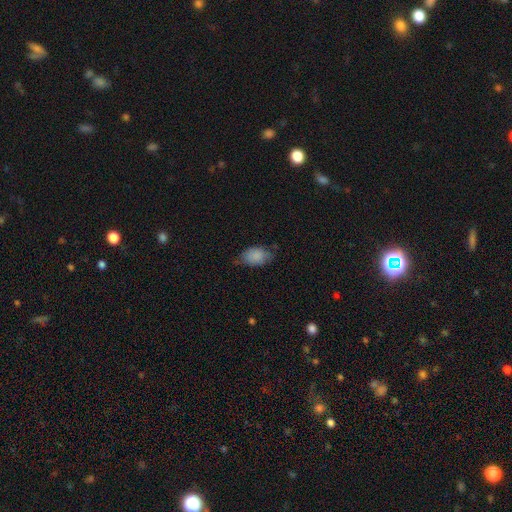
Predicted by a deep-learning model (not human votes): smooth_or_featured: smooth (p=0.83) [alt: featured or disk p=0.10]
how_rounded: in between (p=0.87) [alt: round p=0.11]
merging: none (p=0.56) [alt: minor disturbance p=0.34]